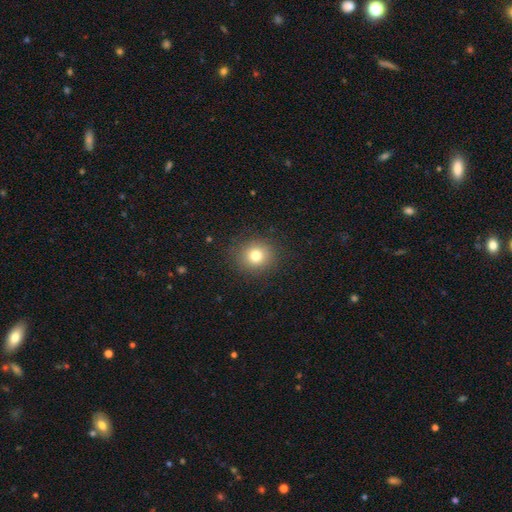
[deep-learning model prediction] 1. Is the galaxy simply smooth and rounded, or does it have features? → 78% smooth, 13% star or artifact, 9% featured or disk.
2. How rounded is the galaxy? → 88% round, 11% in between, 1% cigar-shaped.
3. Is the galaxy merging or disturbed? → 89% none, 7% minor disturbance, 3% major disturbance, 1% merger.